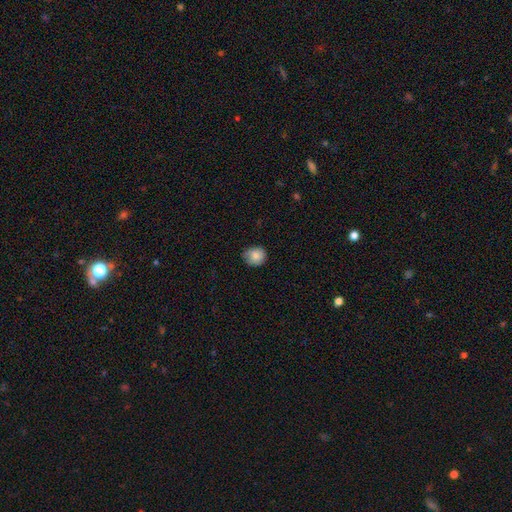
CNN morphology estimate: This appears to be a smooth galaxy with no disk features (83%) that is round (83%). Merging: none (73%).